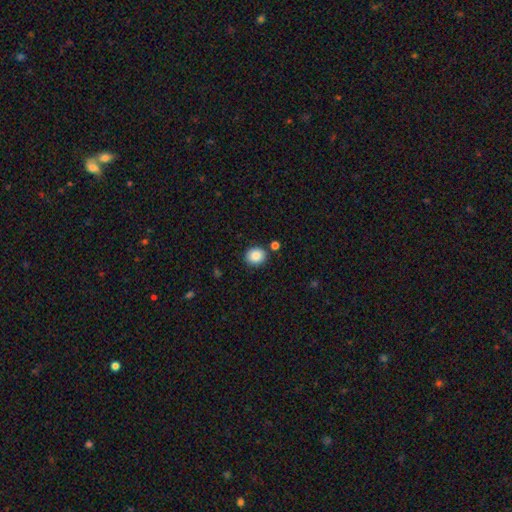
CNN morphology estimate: Smooth or featured?
  - smooth: 87% *
  - star or artifact: 9%
  - featured or disk: 5%
How rounded?
  - round: 79% *
  - in between: 20%
  - cigar-shaped: 1%
Merging?
  - none: 85% *
  - minor disturbance: 8%
  - merger: 5%
  - major disturbance: 2%